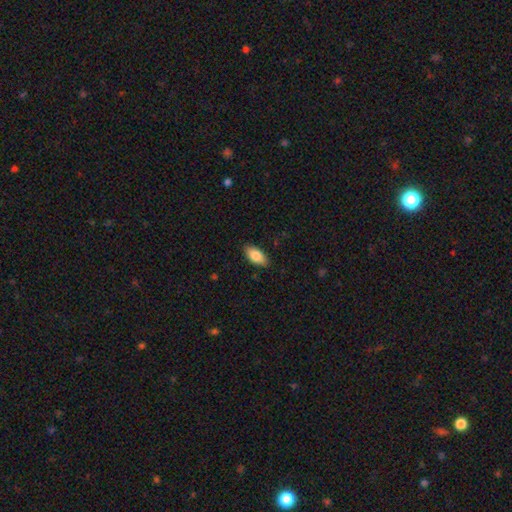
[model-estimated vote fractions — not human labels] Smooth or featured?
  - smooth: 84% *
  - featured or disk: 9%
  - star or artifact: 6%
How rounded?
  - in between: 92% *
  - cigar-shaped: 6%
  - round: 3%
Merging?
  - none: 87% *
  - minor disturbance: 10%
  - major disturbance: 2%
  - merger: 1%